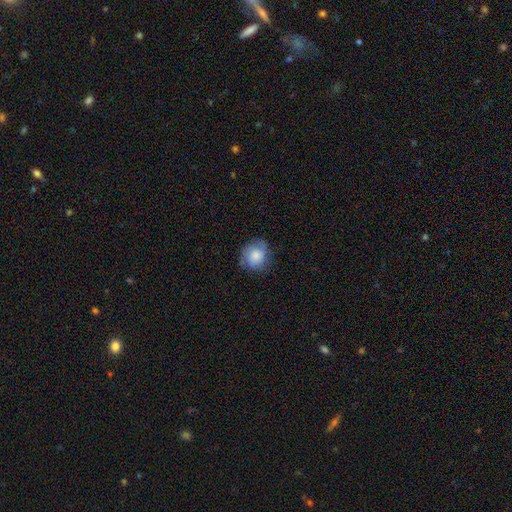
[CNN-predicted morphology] smooth-or-featured: smooth: 73% | featured or disk: 19% | star or artifact: 8%
  how-rounded: round: 77% | in between: 22% | cigar-shaped: 1%
  merging: none: 69% | minor disturbance: 23% | major disturbance: 7% | merger: 1%